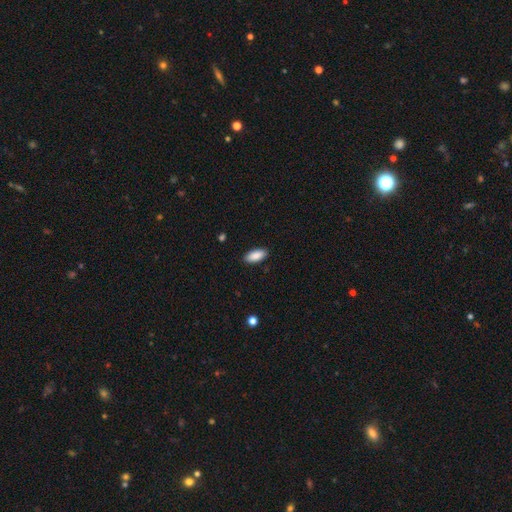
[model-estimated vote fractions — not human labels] Smooth or featured? Predicted: smooth (p=0.90). How rounded? Predicted: in between (p=0.88). Merging? Predicted: none (p=0.88).